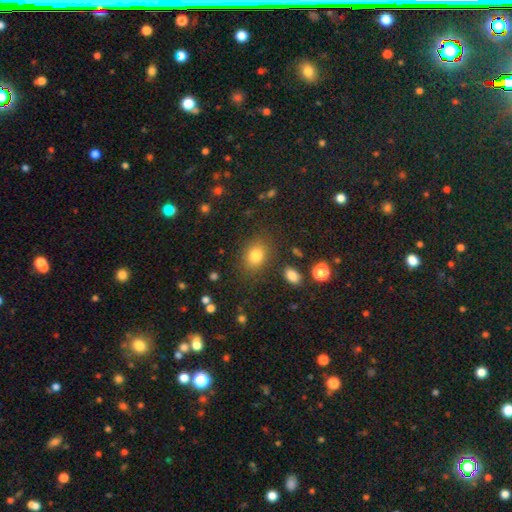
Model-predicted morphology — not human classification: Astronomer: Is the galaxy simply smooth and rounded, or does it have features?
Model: smooth — 81%.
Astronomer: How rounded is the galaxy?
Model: in between — 60% (runner-up: round, 39%).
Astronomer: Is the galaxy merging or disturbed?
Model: none — 82%.